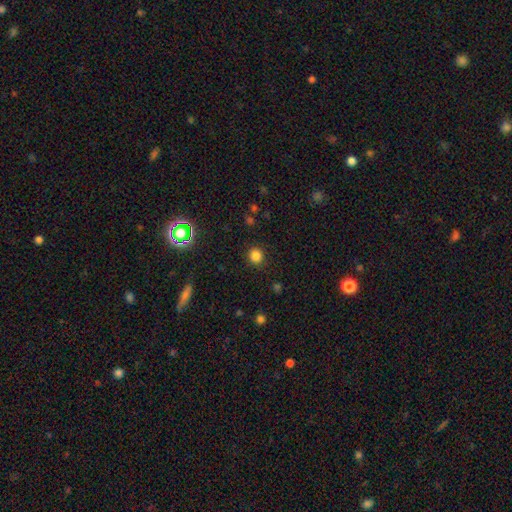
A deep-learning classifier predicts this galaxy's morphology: Smooth or featured?
  - smooth: 81% *
  - star or artifact: 15%
  - featured or disk: 4%
How rounded?
  - round: 90% *
  - in between: 9%
  - cigar-shaped: 1%
Merging?
  - none: 90% *
  - minor disturbance: 6%
  - major disturbance: 3%
  - merger: 1%